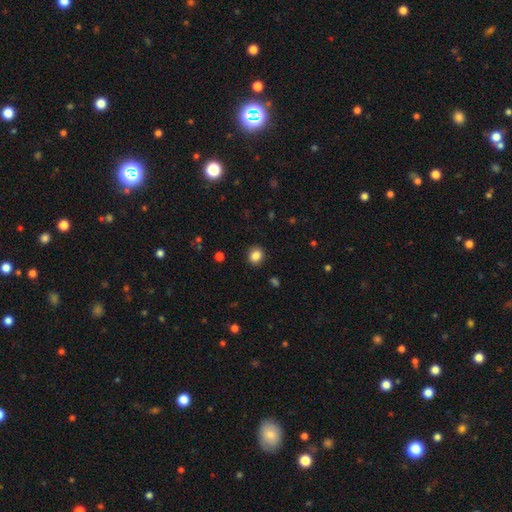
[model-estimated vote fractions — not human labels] smooth-or-featured: smooth: 85% | star or artifact: 10% | featured or disk: 5%
  how-rounded: round: 68% | in between: 31% | cigar-shaped: 1%
  merging: none: 90% | minor disturbance: 7% | major disturbance: 2% | merger: 1%